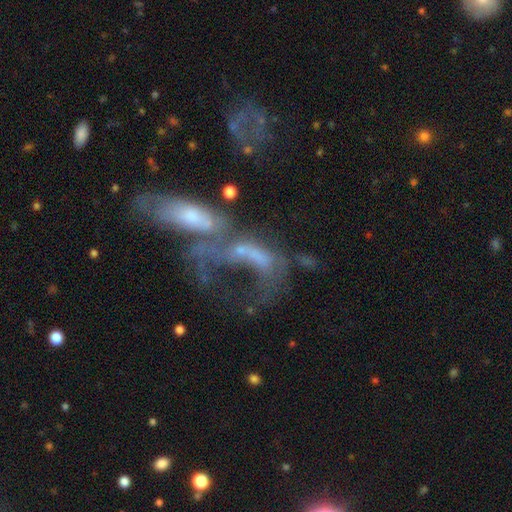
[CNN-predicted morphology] Smooth or featured? featured or disk (52%)
Edge-on disk? no (87%)
Merging? merger (59%)